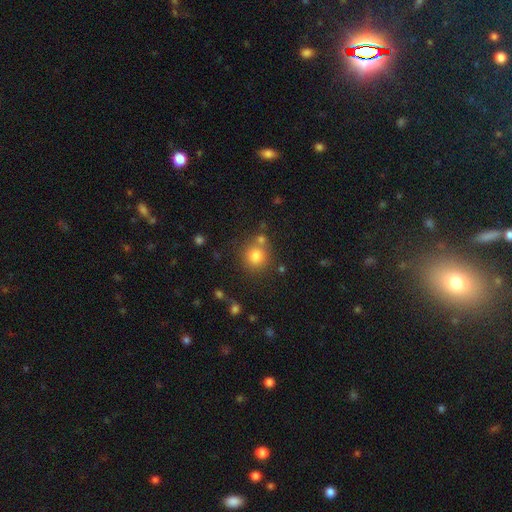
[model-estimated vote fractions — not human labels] smooth-or-featured: smooth: 79% | star or artifact: 12% | featured or disk: 8%
  how-rounded: round: 91% | in between: 8% | cigar-shaped: 1%
  merging: none: 72% | merger: 15% | minor disturbance: 10% | major disturbance: 4%